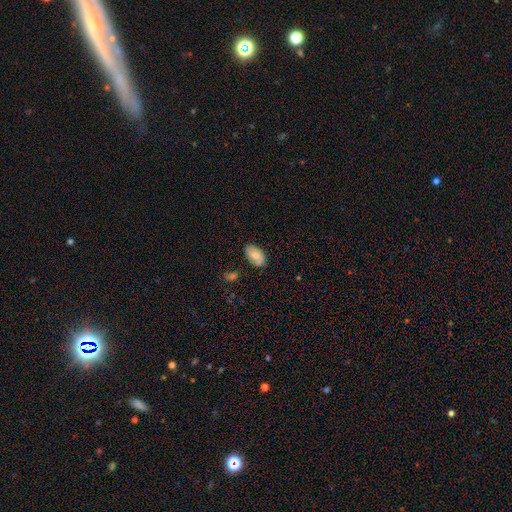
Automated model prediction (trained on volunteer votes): Smooth or featured? smooth (72%)
How rounded? in between (94%)
Merging? none (80%)